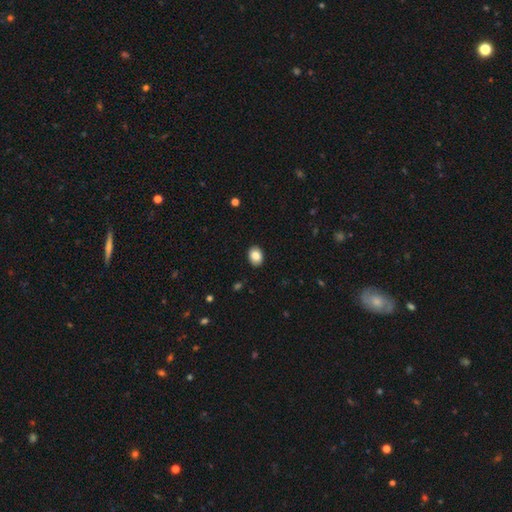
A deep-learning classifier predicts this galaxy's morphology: Smooth or featured: smooth — 86% (star or artifact — 8%)
How rounded: in between — 67% (round — 32%)
Merging: none — 90% (minor disturbance — 7%)